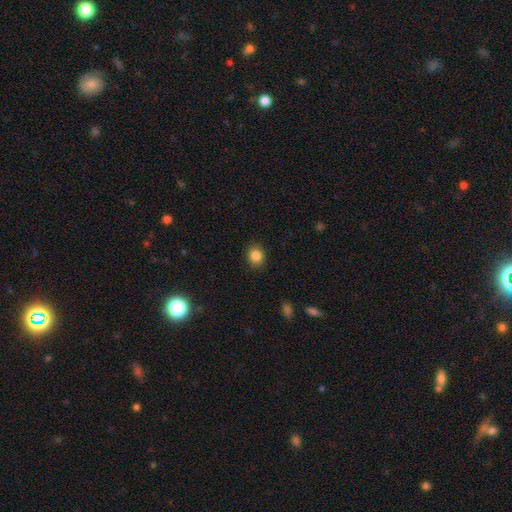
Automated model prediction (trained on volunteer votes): This is clearly a smooth galaxy (84%). How rounded: likely round (63%). Merging: clearly none (86%).